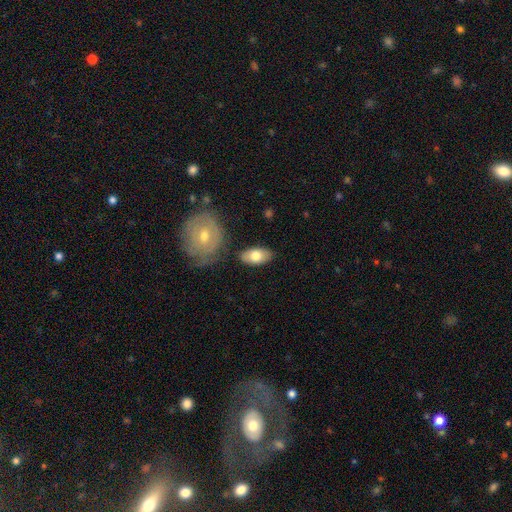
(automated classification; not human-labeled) Smooth or featured? smooth (73%)
How rounded? in between (92%)
Merging? none (79%)